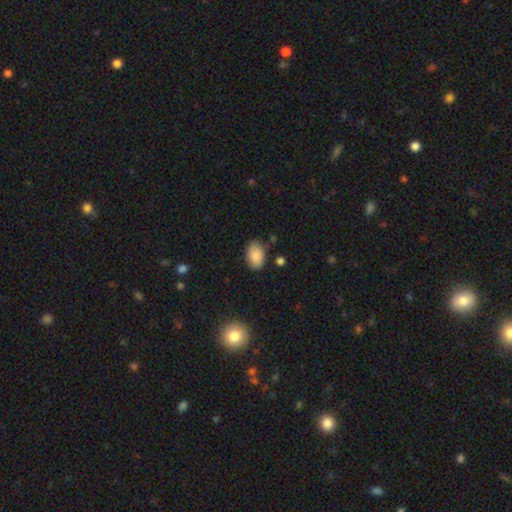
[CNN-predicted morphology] Q: Smooth or featured?
A: smooth (88%); runner-up: star or artifact (7%)
Q: How rounded?
A: in between (91%); runner-up: round (8%)
Q: Merging?
A: none (81%); runner-up: minor disturbance (13%)